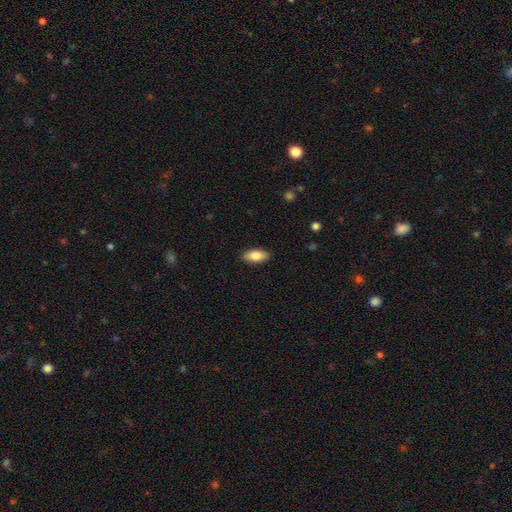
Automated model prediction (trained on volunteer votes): Smooth or featured?
  - smooth: 83% *
  - featured or disk: 11%
  - star or artifact: 6%
How rounded?
  - in between: 87% *
  - cigar-shaped: 10%
  - round: 2%
Merging?
  - none: 90% *
  - minor disturbance: 8%
  - major disturbance: 2%
  - merger: 1%